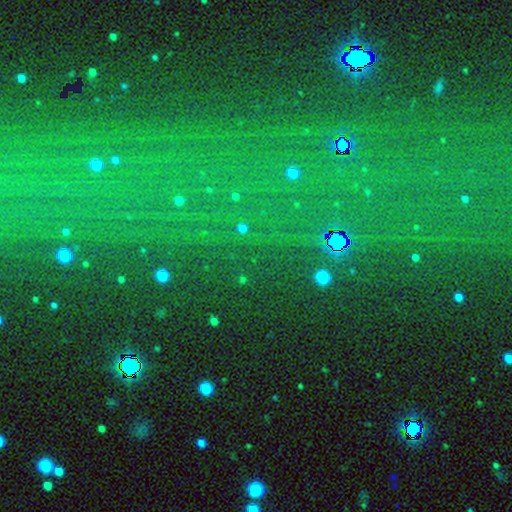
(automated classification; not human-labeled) Smooth or featured? Predicted: star or artifact (p=0.79).